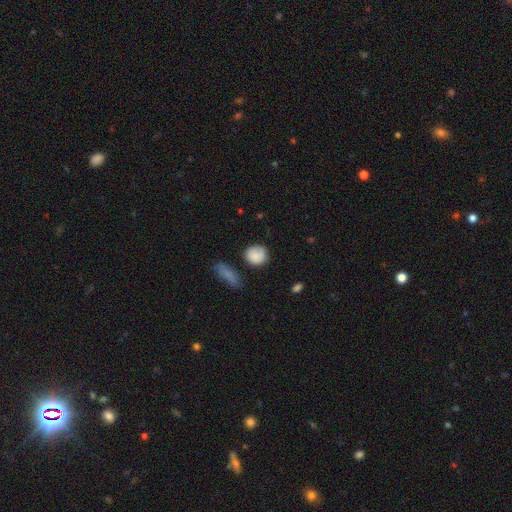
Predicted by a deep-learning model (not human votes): Smooth or featured: smooth — 84% (featured or disk — 9%)
How rounded: round — 75% (in between — 23%)
Merging: none — 68% (minor disturbance — 22%)